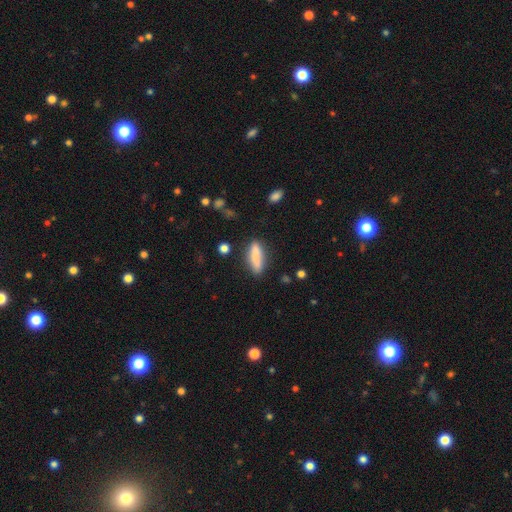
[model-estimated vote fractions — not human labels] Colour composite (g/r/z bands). It shows a smooth galaxy with no disk features (82%) that is cigar-shaped (59%). Merging: none (76%).